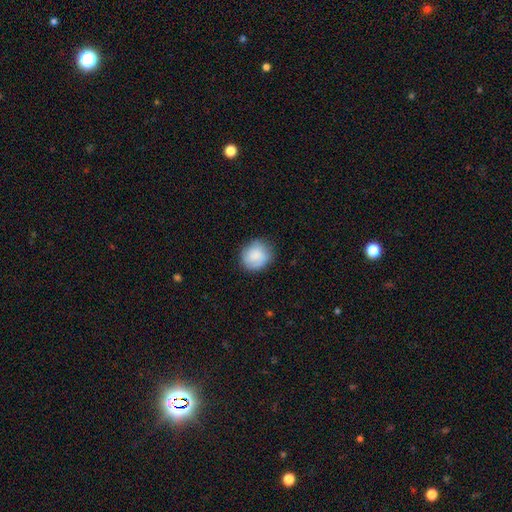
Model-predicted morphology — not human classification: smooth-or-featured: smooth: 81% | featured or disk: 12% | star or artifact: 7%
  how-rounded: round: 80% | in between: 19% | cigar-shaped: 1%
  merging: none: 79% | minor disturbance: 16% | major disturbance: 4% | merger: 1%